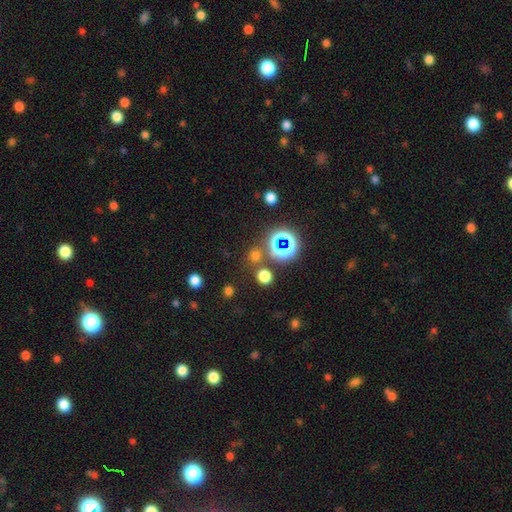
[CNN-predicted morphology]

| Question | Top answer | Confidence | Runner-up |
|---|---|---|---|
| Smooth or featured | smooth | 59% | star or artifact (34%) |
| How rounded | round | 88% | in between (10%) |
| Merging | none | 76% | merger (12%) |